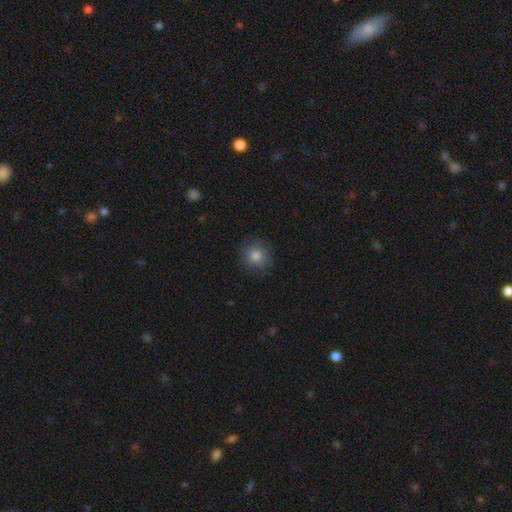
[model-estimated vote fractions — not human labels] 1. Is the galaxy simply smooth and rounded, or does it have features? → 81% smooth, 12% star or artifact, 7% featured or disk.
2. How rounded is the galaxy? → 90% round, 9% in between, 1% cigar-shaped.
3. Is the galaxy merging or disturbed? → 86% none, 10% minor disturbance, 3% major disturbance, 1% merger.